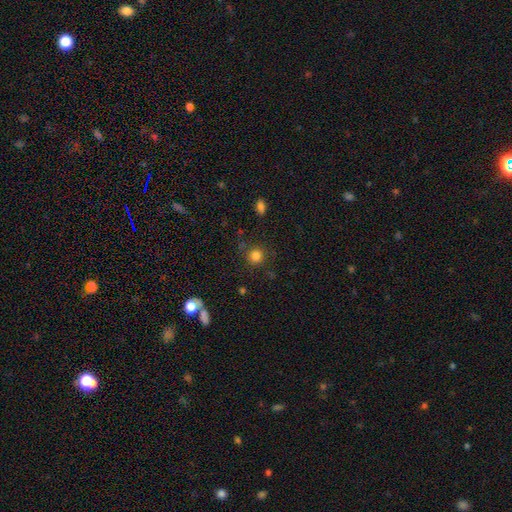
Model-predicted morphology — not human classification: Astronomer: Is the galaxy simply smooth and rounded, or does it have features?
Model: smooth — 82%.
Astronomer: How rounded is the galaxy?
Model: round — 92%.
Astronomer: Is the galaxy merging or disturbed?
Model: none — 83%.